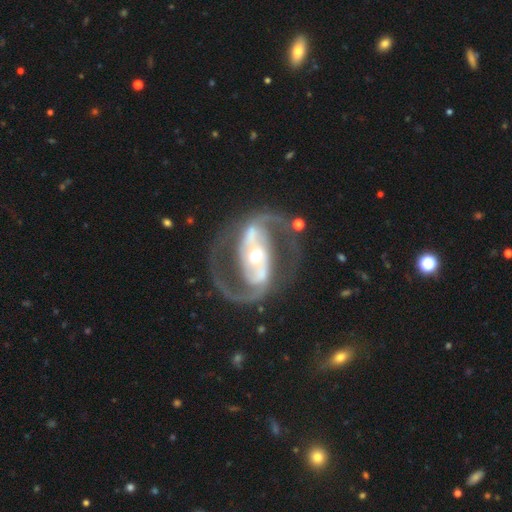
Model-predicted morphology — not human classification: featured or disk 92%, star or artifact 4%, smooth 4%. Down the decision tree: edge-on disk — no (97%); bar — strong (54%); spiral arms — yes (96%); spiral arm count — 2 (94%); spiral winding — medium (59%); bulge size — moderate (66%); merging — none (78%).